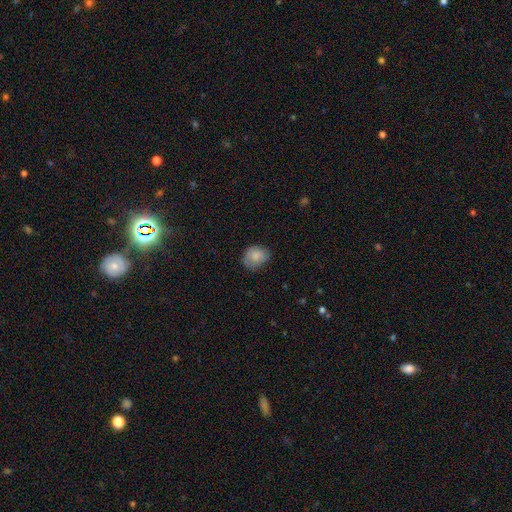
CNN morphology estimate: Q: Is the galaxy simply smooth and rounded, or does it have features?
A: smooth — 77%.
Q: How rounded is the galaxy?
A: in between — 51%.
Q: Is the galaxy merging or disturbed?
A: none — 64%.